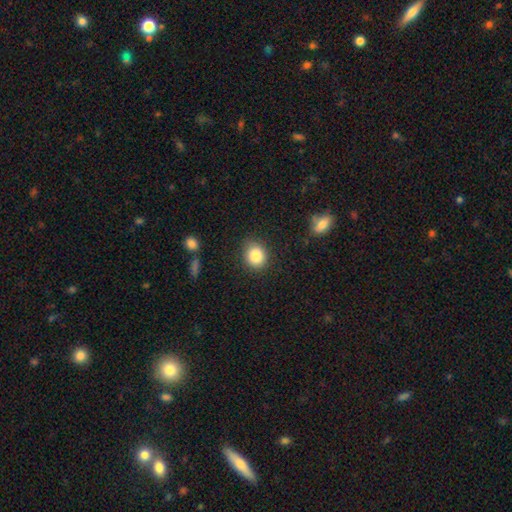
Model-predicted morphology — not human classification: The model was most divided on "how rounded": round: 67%, in between: 32%, cigar-shaped: 1%. More confident: smooth or featured — smooth (85%); merging — none (84%).